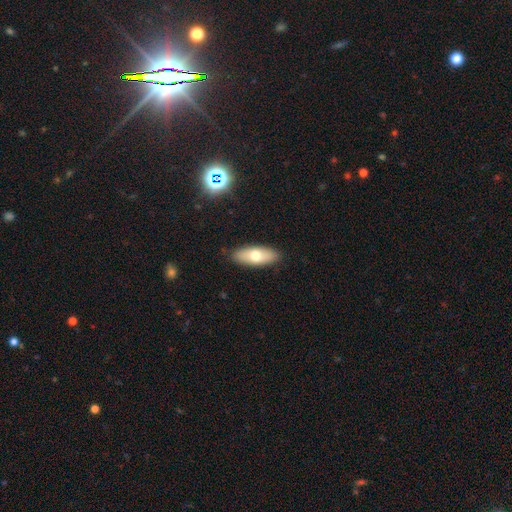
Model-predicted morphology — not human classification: This appears to be a smooth galaxy with no disk features (69%) that is in between round and cigar-shaped (76%). Merging: none (87%).